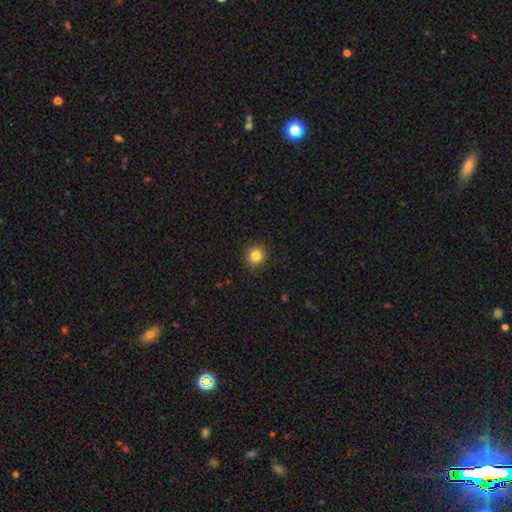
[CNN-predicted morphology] A smooth galaxy with no disk features (84%) that is round (87%).

Vote fractions:
- Smooth or featured? smooth: 84% / star or artifact: 11% / featured or disk: 5%
- How rounded? round: 87% / in between: 12% / cigar-shaped: 1%
- Merging? none: 91% / minor disturbance: 6% / major disturbance: 2% / merger: 1%